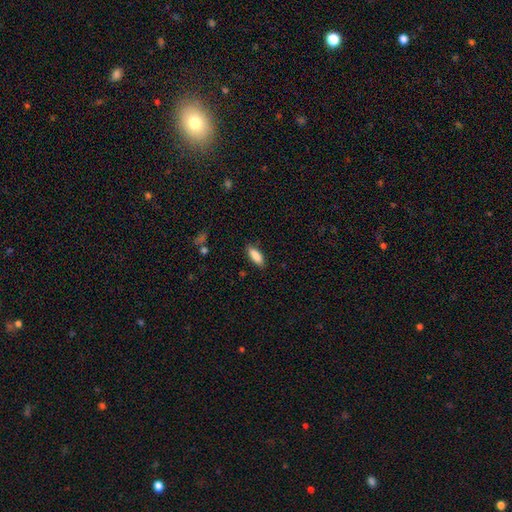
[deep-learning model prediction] Smooth or featured? Predicted: smooth (p=0.88). How rounded? Predicted: in between (p=0.67). Merging? Predicted: none (p=0.86).